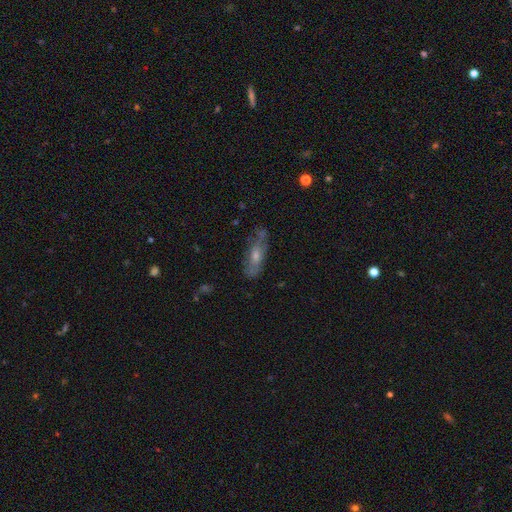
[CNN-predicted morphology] Smooth or featured?
  - featured or disk: 51% *
  - smooth: 38%
  - star or artifact: 11%
Edge-on disk?
  - no: 67% *
  - yes: 33%
Merging?
  - none: 67% *
  - minor disturbance: 22%
  - major disturbance: 7%
  - merger: 4%